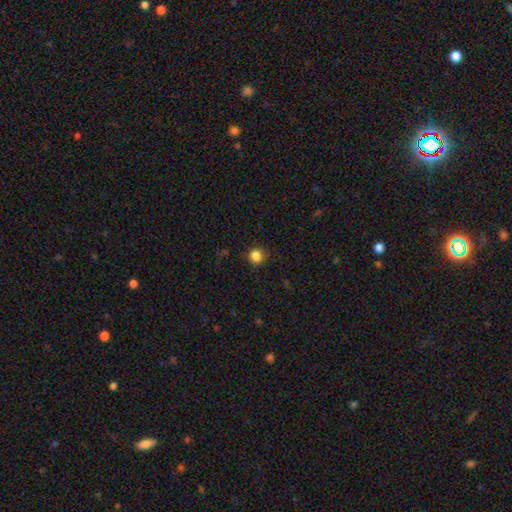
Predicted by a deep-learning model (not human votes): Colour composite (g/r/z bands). It shows a smooth galaxy with no disk features (85%) that is round (92%). Merging: none (88%).